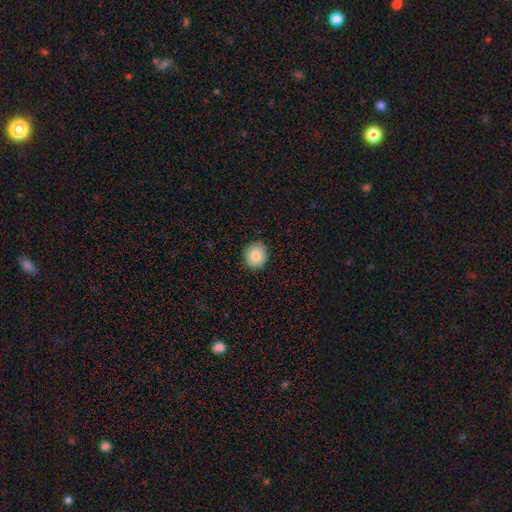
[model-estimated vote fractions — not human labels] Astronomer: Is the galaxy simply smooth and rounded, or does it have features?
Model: smooth — 84%.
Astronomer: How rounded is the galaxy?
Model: round — 80%.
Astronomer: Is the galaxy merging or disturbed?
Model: none — 88%.